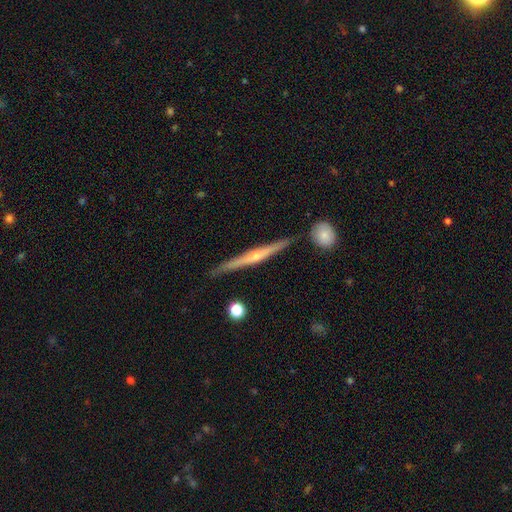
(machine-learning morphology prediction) Smooth or featured?
  - featured or disk: 76% *
  - smooth: 18%
  - star or artifact: 6%
Edge-on disk?
  - yes: 98% *
  - no: 2%
Edge-on bulge?
  - rounded: 78% *
  - none: 17%
  - boxy: 5%
Merging?
  - none: 87% *
  - minor disturbance: 9%
  - merger: 3%
  - major disturbance: 2%